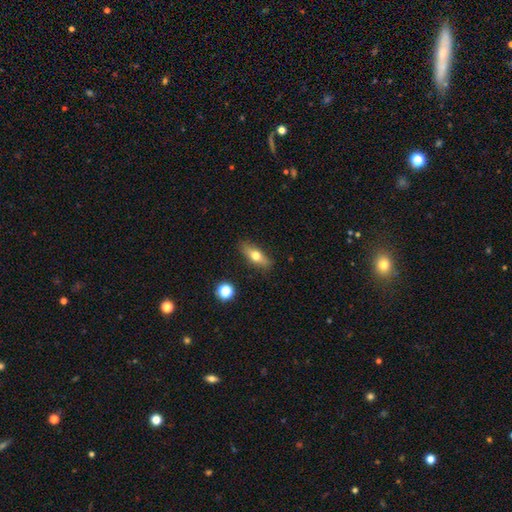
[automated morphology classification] Smooth or featured? Predicted: smooth (p=0.61). How rounded? Predicted: in between (p=0.58). Merging? Predicted: none (p=0.85).